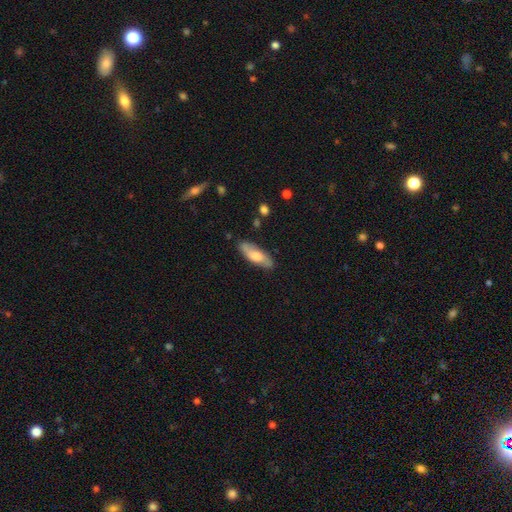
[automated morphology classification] Overall: smooth (56%; featured or disk 38%). How rounded: in between (67%; cigar-shaped 31%). Merging: none (79%).